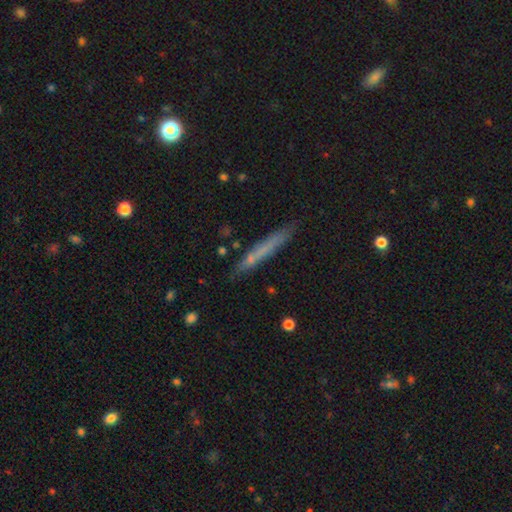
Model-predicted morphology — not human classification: Smooth or featured: smooth — 59% (featured or disk — 32%)
How rounded: cigar-shaped — 95% (in between — 3%)
Merging: none — 85% (minor disturbance — 11%)